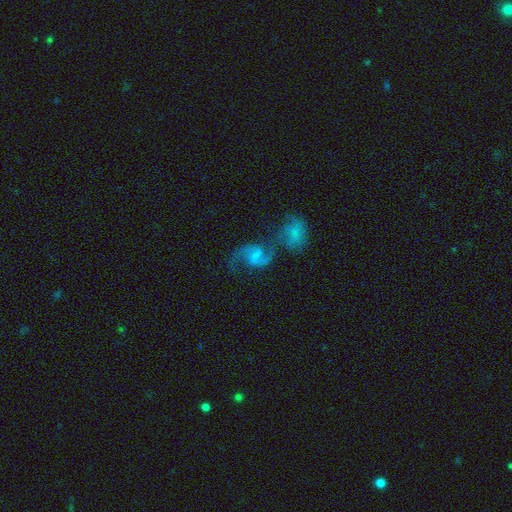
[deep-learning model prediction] A featured or disk galaxy (84%) with a weak bar (53%), 2 (92%) loose (54%) spiral arms (96%) and no central bulge (40%).

Vote fractions:
- Smooth or featured? featured or disk: 84% / smooth: 9% / star or artifact: 7%
- Edge-on disk? no: 98% / yes: 2%
- Bar? weak: 53% / no: 30% / strong: 17%
- Spiral arms? yes: 96% / no: 4%
- Spiral winding? loose: 54% / medium: 39% / tight: 7%
- Spiral arm count? 2: 92% / 1: 3% / can't tell: 2% / 3: 1% / 4: 1% / more than 4: 1%
- Bulge size? none: 40% / small: 34% / moderate: 20% / large: 4% / dominant: 1%
- Merging? none: 42% / merger: 36% / minor disturbance: 13% / major disturbance: 10%